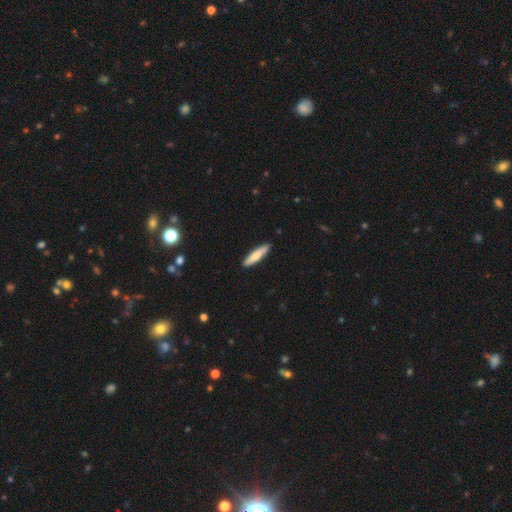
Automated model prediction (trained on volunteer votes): The model was most divided on "smooth or featured": smooth: 72%, featured or disk: 23%, star or artifact: 5%. More confident: merging — none (90%); how rounded — cigar-shaped (83%).